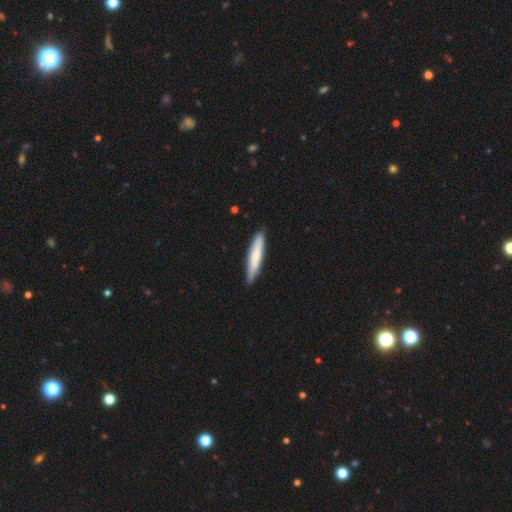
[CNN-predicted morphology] smooth_or_featured: smooth (p=0.74) [alt: featured or disk p=0.21]
how_rounded: cigar-shaped (p=0.91) [alt: in between p=0.08]
merging: none (p=0.87) [alt: minor disturbance p=0.10]